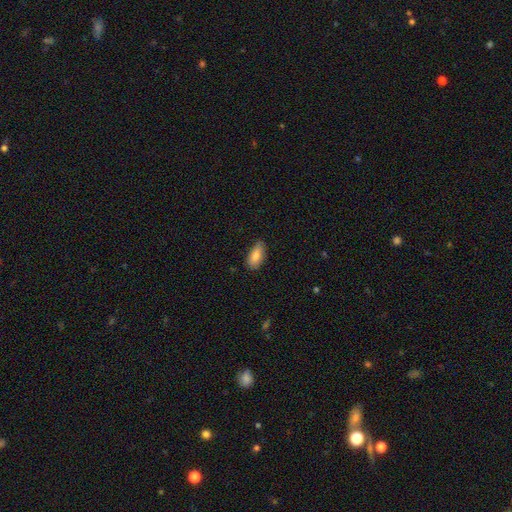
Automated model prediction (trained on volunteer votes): Morphology: type=smooth (82%); roundness=in between (89%); merging=none (73%).